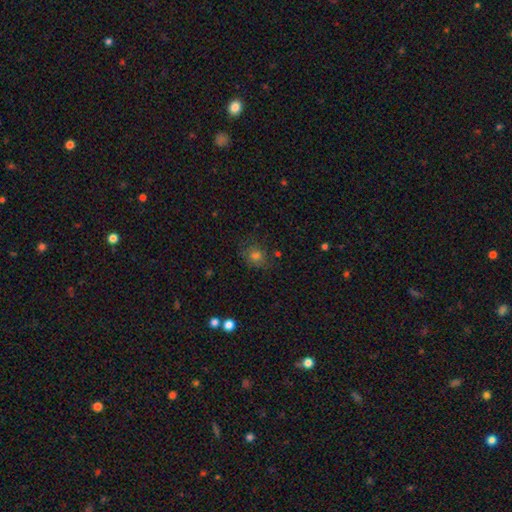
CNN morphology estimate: This is likely a smooth galaxy (69%). How rounded: likely round (70%). Merging: likely none (73%).